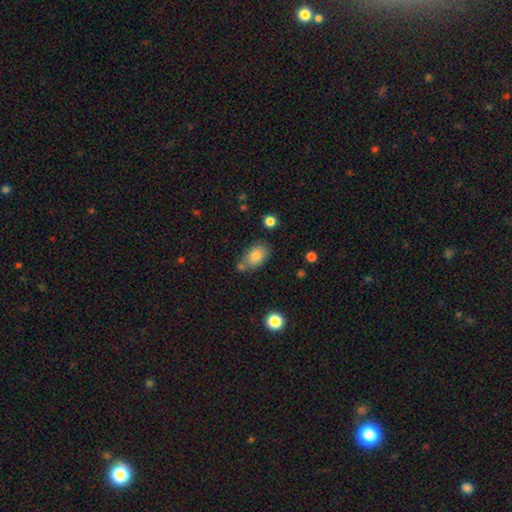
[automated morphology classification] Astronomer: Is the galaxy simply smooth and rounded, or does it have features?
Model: smooth — 81%.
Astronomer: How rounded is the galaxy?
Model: in between — 86%.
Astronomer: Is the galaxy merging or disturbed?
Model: none — 57%.